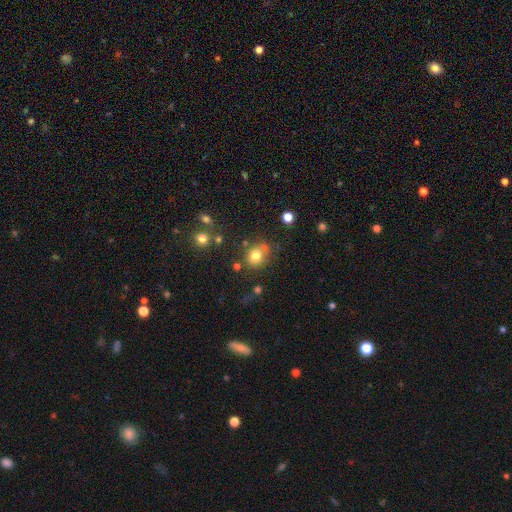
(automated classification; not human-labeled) Q: Smooth or featured?
A: smooth (78%); runner-up: star or artifact (14%)
Q: How rounded?
A: round (73%); runner-up: in between (26%)
Q: Merging?
A: none (66%); runner-up: minor disturbance (18%)